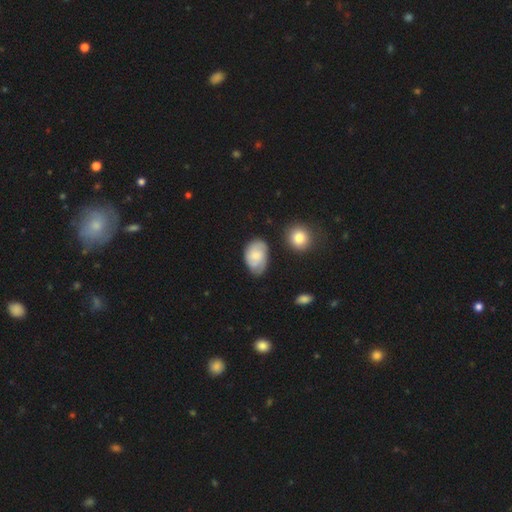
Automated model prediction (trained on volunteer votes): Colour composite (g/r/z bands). It shows a smooth galaxy with no disk features (49%). Merging: none (63%).